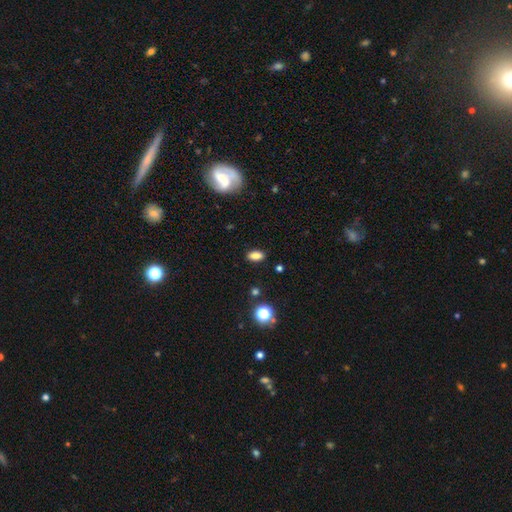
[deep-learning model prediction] Overall: smooth (82%). How rounded: in between (86%). Merging: none (88%).